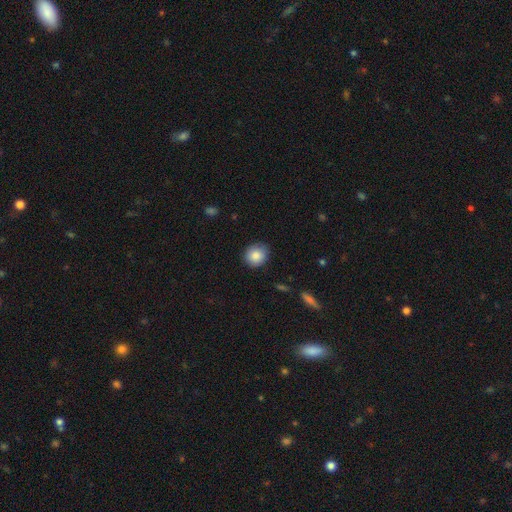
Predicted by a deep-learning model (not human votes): This is clearly a smooth galaxy (86%). How rounded: clearly round (82%). Merging: clearly none (85%).